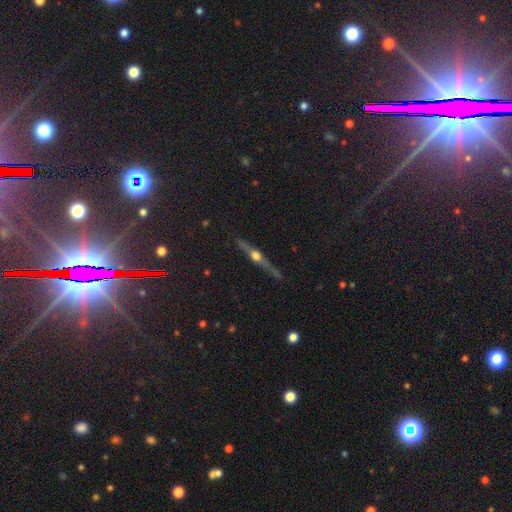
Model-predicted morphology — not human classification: Smooth or featured: featured or disk — 78% (smooth — 14%)
Edge-on disk: yes — 97% (no — 3%)
Edge-on bulge: rounded — 95% (boxy — 3%)
Merging: none — 86% (minor disturbance — 11%)